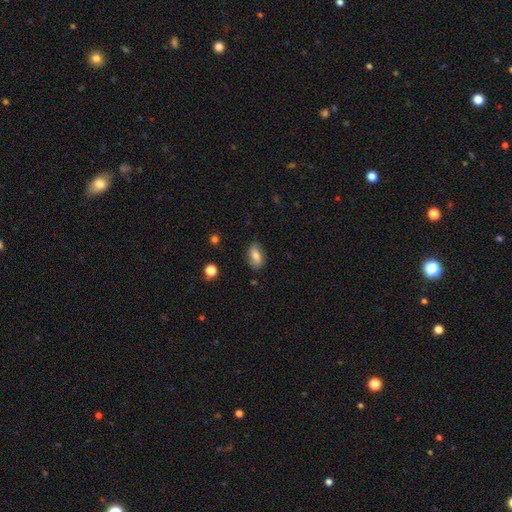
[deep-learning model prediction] A smooth galaxy with no disk features (72%) that is in between round and cigar-shaped (88%). Merging: none (78%).